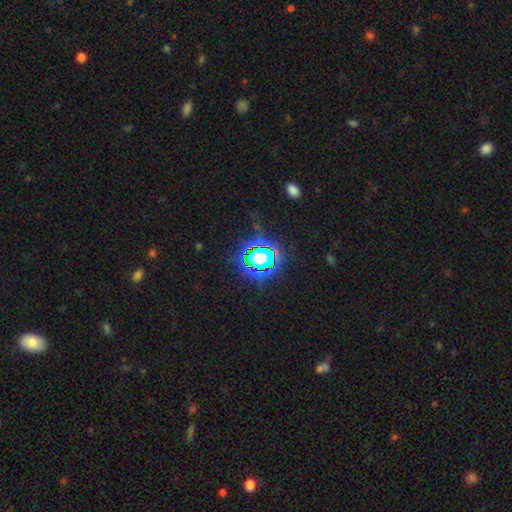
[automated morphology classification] Overall: star or artifact (73%).